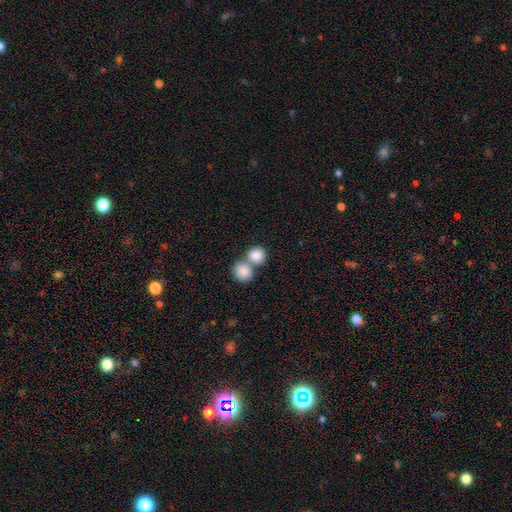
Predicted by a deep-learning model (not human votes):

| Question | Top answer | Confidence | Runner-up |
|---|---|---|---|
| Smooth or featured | smooth | 85% | featured or disk (7%) |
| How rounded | round | 83% | in between (16%) |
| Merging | merger | 54% | none (38%) |